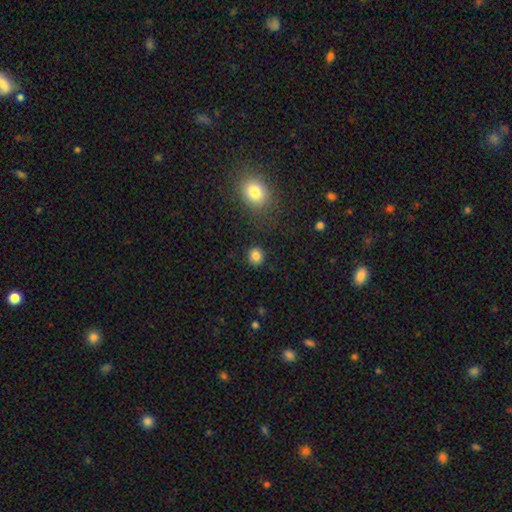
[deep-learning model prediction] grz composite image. It shows a smooth galaxy with no disk features (84%) that is round (86%). Merging: none (89%).